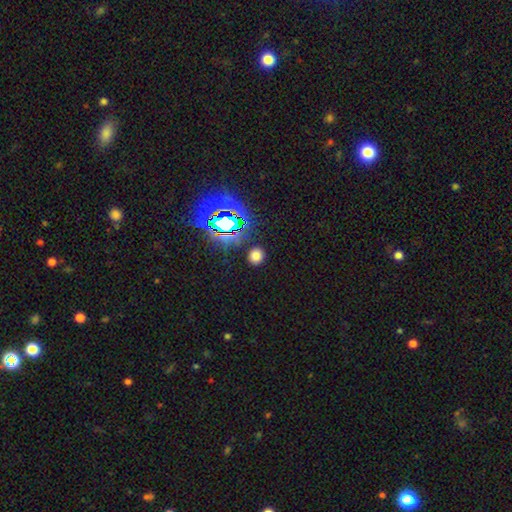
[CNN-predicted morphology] Smooth or featured? Predicted: smooth (p=0.69). How rounded? Predicted: round (p=0.75). Merging? Predicted: none (p=0.87).